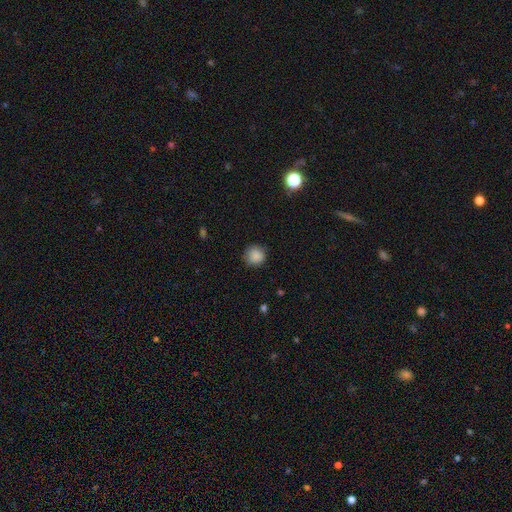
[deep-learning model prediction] Smooth or featured? smooth (86%)
How rounded? round (91%)
Merging? none (81%)